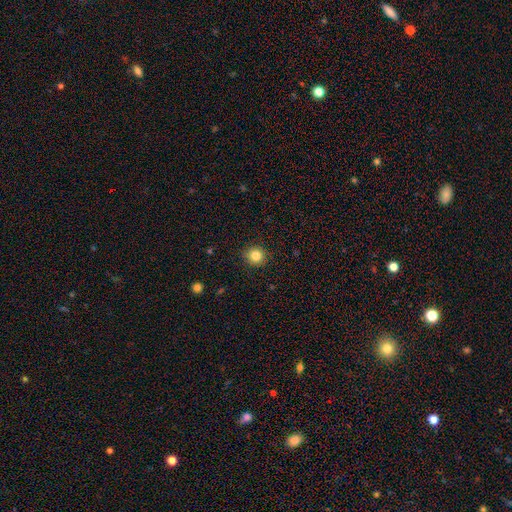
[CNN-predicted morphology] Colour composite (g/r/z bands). It shows a smooth galaxy with no disk features (84%) that is round (90%). Merging: none (90%).